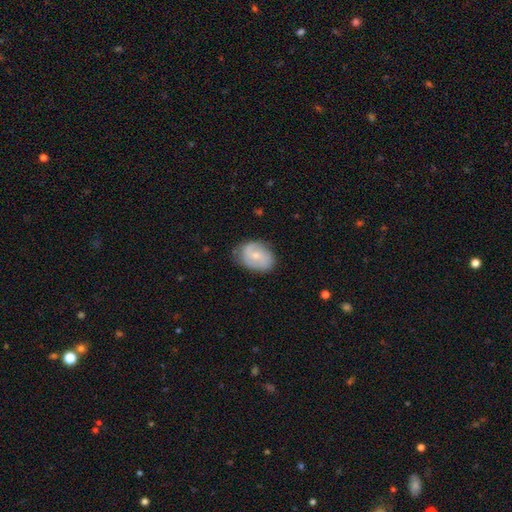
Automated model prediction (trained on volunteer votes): smooth-or-featured: featured or disk: 51% | smooth: 42% | star or artifact: 7%
  disk-edge-on: no: 96% | yes: 4%
  merging: none: 71% | minor disturbance: 22% | major disturbance: 6% | merger: 1%